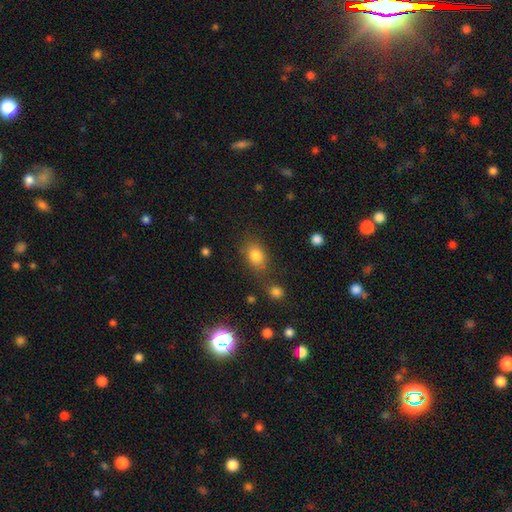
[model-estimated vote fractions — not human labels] A smooth galaxy with no disk features (81%) that is in between round and cigar-shaped (68%).

Vote fractions:
- Smooth or featured? smooth: 81% / star or artifact: 11% / featured or disk: 8%
- How rounded? in between: 68% / round: 30% / cigar-shaped: 2%
- Merging? none: 68% / minor disturbance: 16% / merger: 10% / major disturbance: 6%